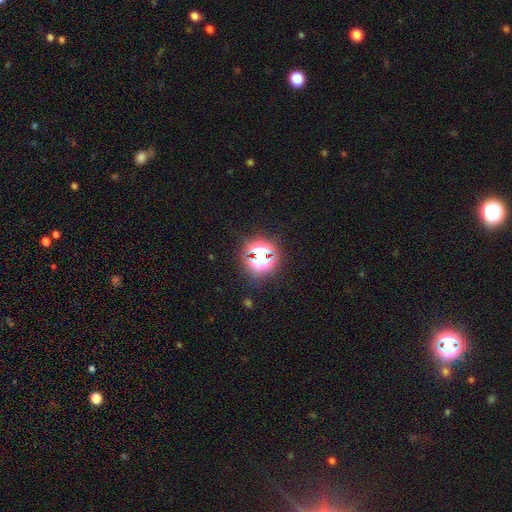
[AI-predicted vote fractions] A star or artifact, not a galaxy (61%).